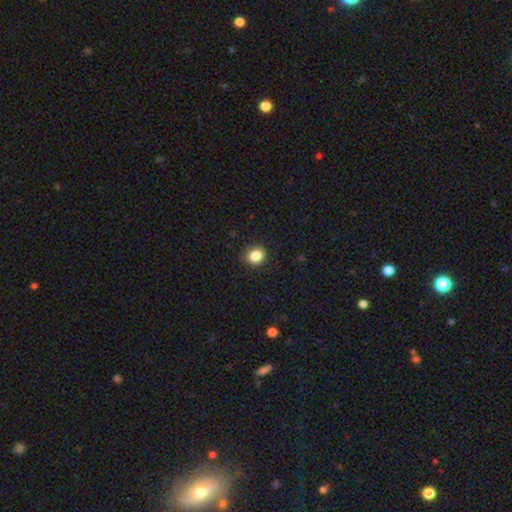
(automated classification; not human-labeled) smooth-or-featured: smooth: 85% | star or artifact: 10% | featured or disk: 4%
  how-rounded: round: 67% | in between: 32% | cigar-shaped: 1%
  merging: none: 90% | minor disturbance: 7% | major disturbance: 2% | merger: 1%